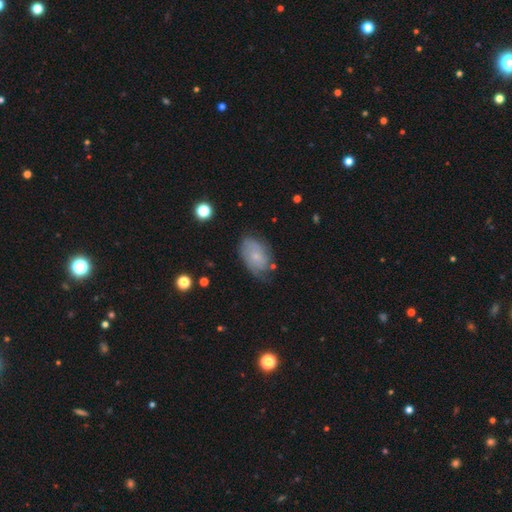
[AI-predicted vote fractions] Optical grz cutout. It shows a featured or disk galaxy (49%). Merging: none (57%).